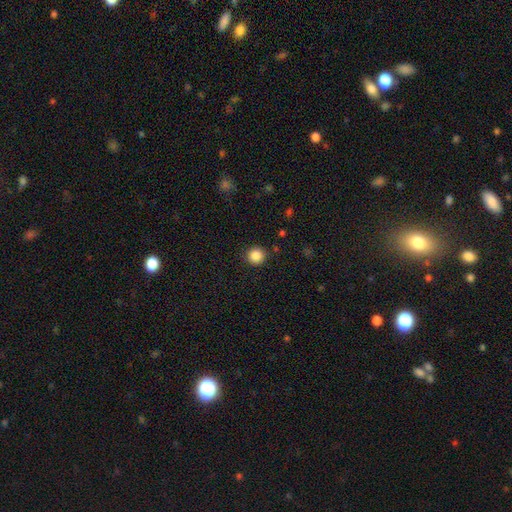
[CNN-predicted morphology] smooth_or_featured: smooth (p=0.86) [alt: star or artifact p=0.10]
how_rounded: round (p=0.95) [alt: in between p=0.04]
merging: none (p=0.90) [alt: minor disturbance p=0.06]